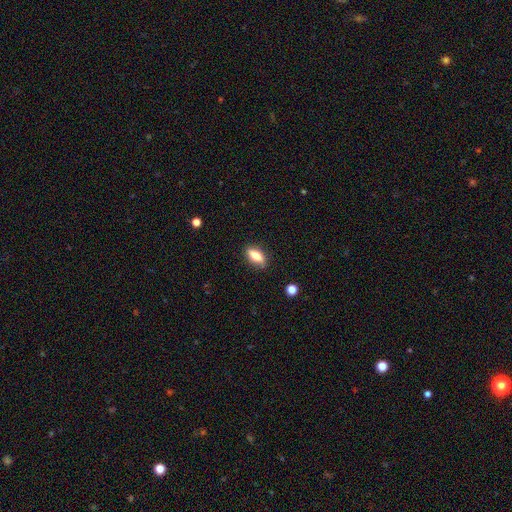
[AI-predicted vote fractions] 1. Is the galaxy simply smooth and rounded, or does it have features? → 73% smooth, 19% featured or disk, 8% star or artifact.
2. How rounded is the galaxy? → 76% in between, 19% cigar-shaped, 4% round.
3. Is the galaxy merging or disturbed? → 83% none, 13% minor disturbance, 3% major disturbance, 1% merger.